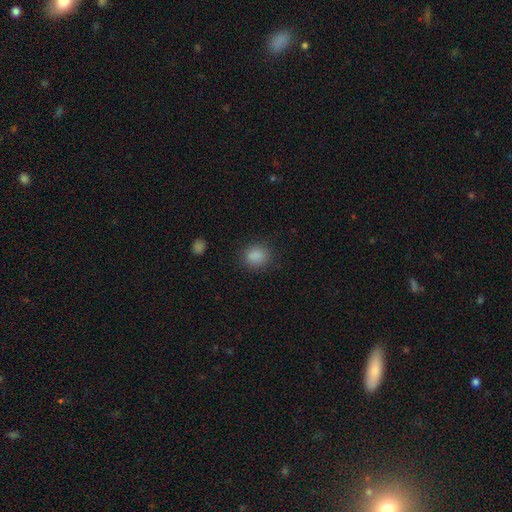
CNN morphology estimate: Q: Smooth or featured?
A: smooth (85%); runner-up: star or artifact (11%)
Q: How rounded?
A: round (72%); runner-up: in between (27%)
Q: Merging?
A: none (83%); runner-up: minor disturbance (11%)